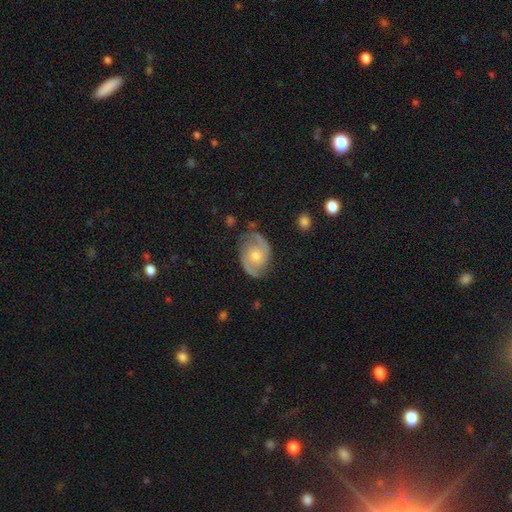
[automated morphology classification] Smooth or featured? featured or disk (87%)
Edge-on disk? no (98%)
Bar? no (68%)
Spiral arms? yes (97%)
Spiral winding? medium (52%)
Spiral arm count? 2 (92%)
Bulge size? moderate (59%)
Merging? none (80%)